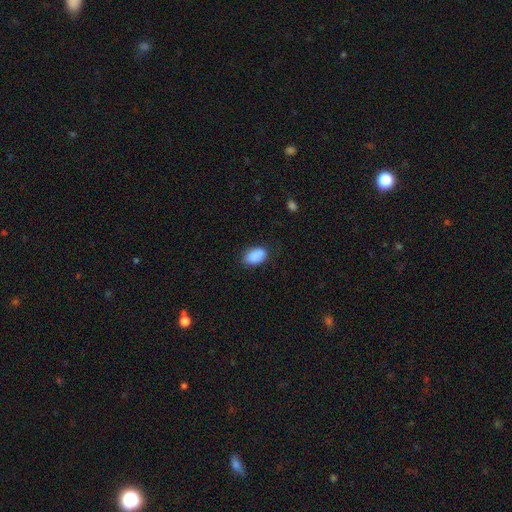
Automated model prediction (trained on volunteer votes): This appears to be a smooth galaxy with no disk features (89%) that is in between round and cigar-shaped (90%). Merging: none (79%).